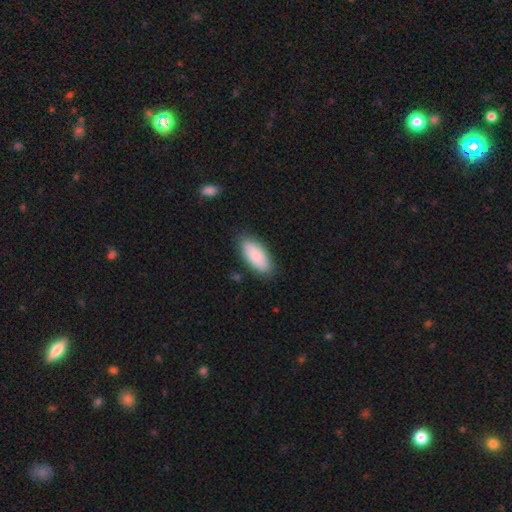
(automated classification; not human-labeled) Smooth or featured? Predicted: smooth (p=0.85). How rounded? Predicted: in between (p=0.88). Merging? Predicted: none (p=0.84).